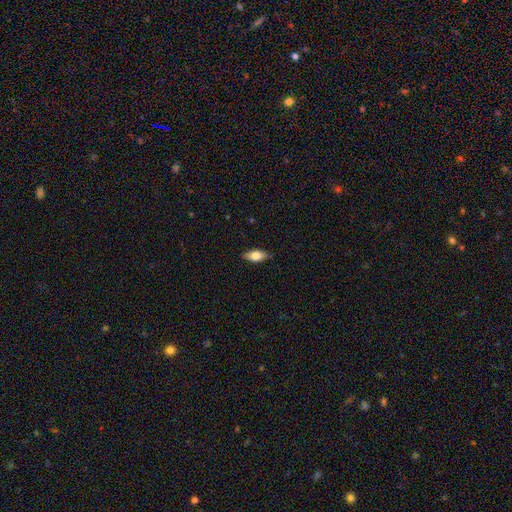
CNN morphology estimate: Q: Smooth or featured?
A: smooth (74%); runner-up: featured or disk (19%)
Q: How rounded?
A: in between (83%); runner-up: cigar-shaped (13%)
Q: Merging?
A: none (85%); runner-up: minor disturbance (12%)